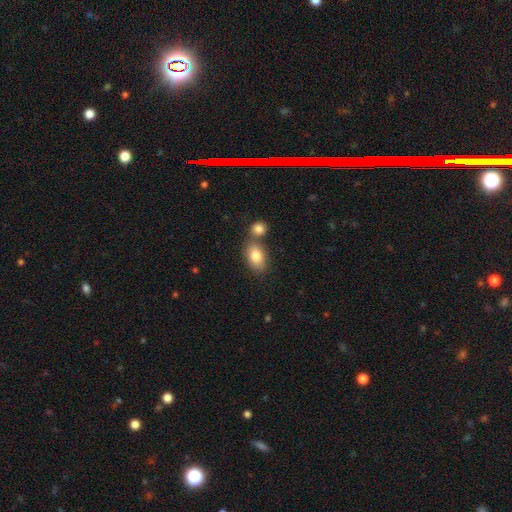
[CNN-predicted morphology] The model was most divided on "merging": none: 52%, merger: 33%, minor disturbance: 11%, major disturbance: 3%. More confident: how rounded — in between (87%); smooth or featured — smooth (83%).